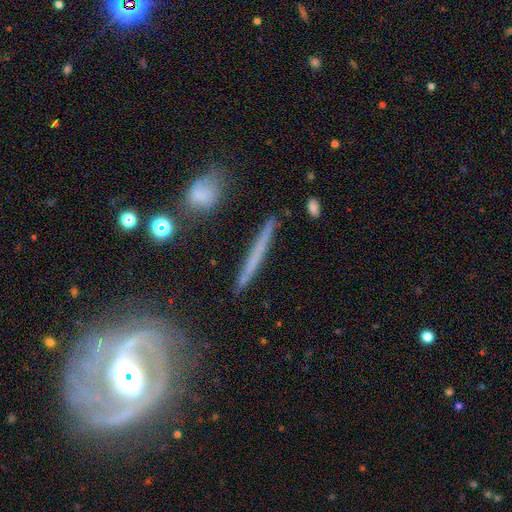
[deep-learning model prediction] Smooth or featured?
  - featured or disk: 50% *
  - smooth: 41%
  - star or artifact: 9%
Merging?
  - none: 84% *
  - minor disturbance: 11%
  - major disturbance: 3%
  - merger: 3%